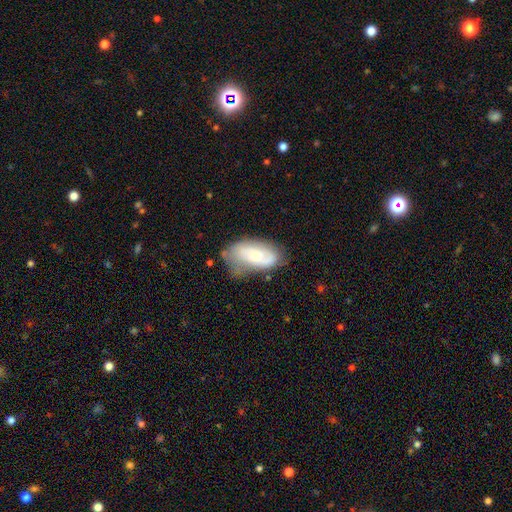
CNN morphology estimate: A smooth galaxy with no disk features (51%) that is in between round and cigar-shaped (91%). Merging: none (47%).